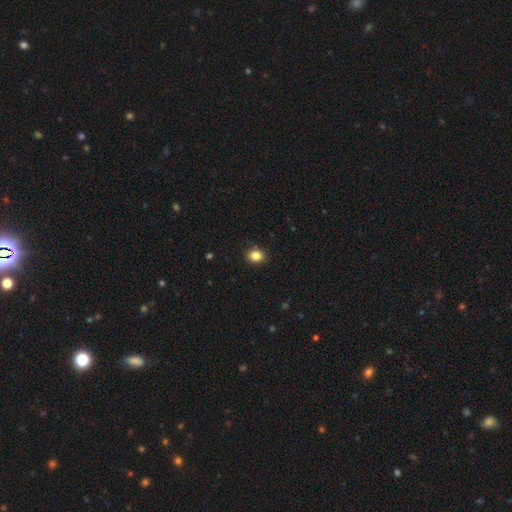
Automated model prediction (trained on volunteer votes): Smooth or featured? smooth (85%)
How rounded? round (57%)
Merging? none (89%)